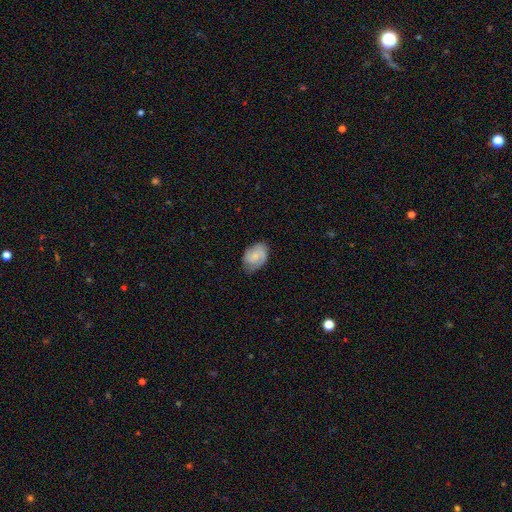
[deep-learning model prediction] Smooth or featured?
  - featured or disk: 51% *
  - smooth: 42%
  - star or artifact: 7%
Edge-on disk?
  - no: 97% *
  - yes: 3%
Merging?
  - none: 71% *
  - minor disturbance: 22%
  - major disturbance: 6%
  - merger: 1%